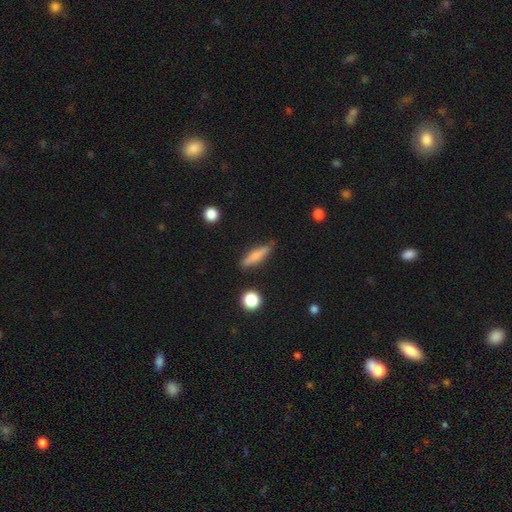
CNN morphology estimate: smooth 67%, featured or disk 25%, star or artifact 7%. Down the decision tree: how rounded — cigar-shaped (77%); merging — none (80%).